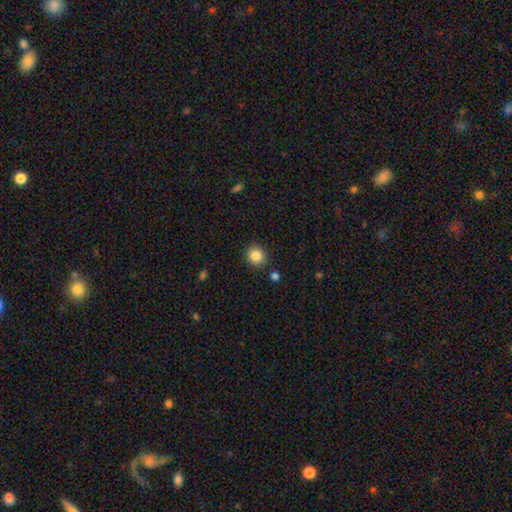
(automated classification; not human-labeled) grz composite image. It shows a smooth galaxy with no disk features (86%) that is round (85%). Merging: none (87%).